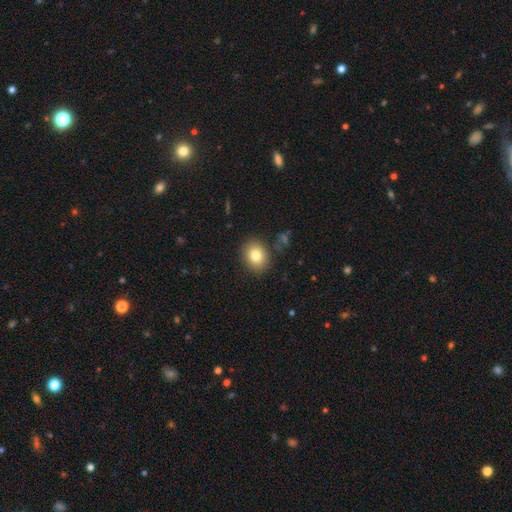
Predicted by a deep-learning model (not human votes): Morphology: type=smooth (81%); roundness=round (51%); merging=none (85%).